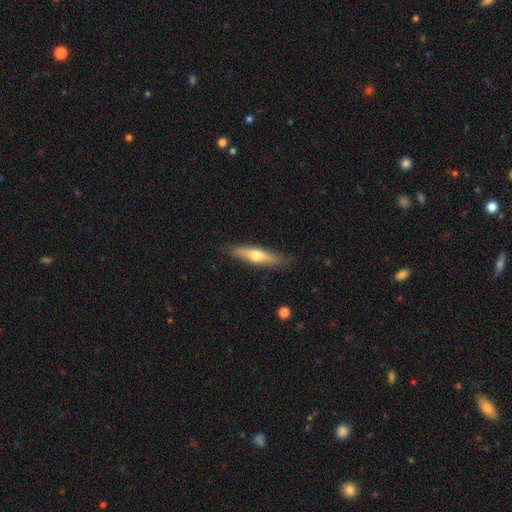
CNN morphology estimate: Q: Smooth or featured?
A: smooth (49%); runner-up: featured or disk (45%)
Q: Merging?
A: none (85%); runner-up: minor disturbance (12%)